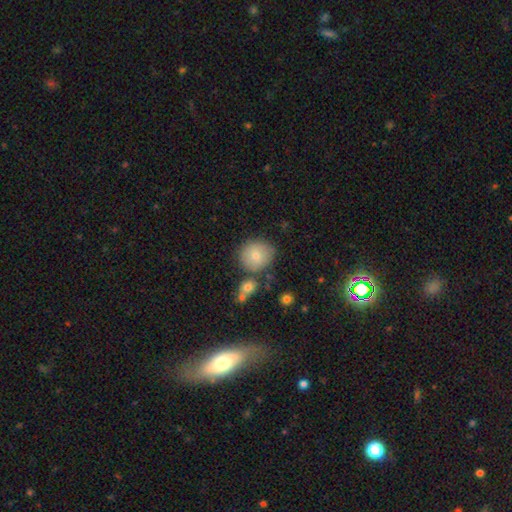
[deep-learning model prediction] A smooth galaxy with no disk features (79%) that is round (84%). Merging: none (70%).